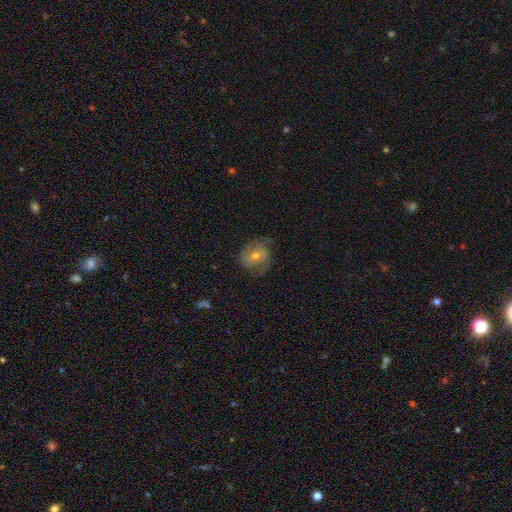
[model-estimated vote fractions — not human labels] This appears to be a featured or disk galaxy (52%). Merging: none (71%).